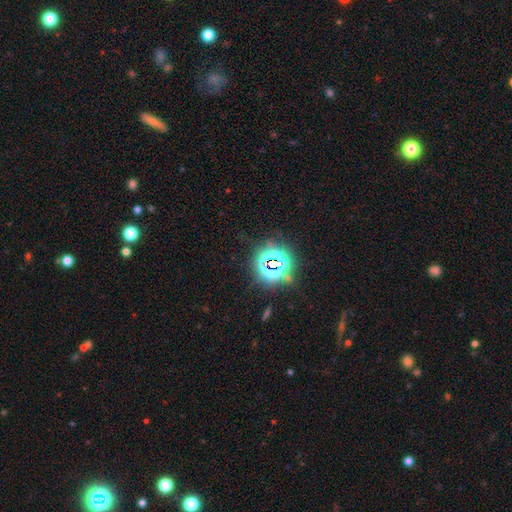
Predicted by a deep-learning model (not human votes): Smooth or featured? Predicted: star or artifact (p=0.78).